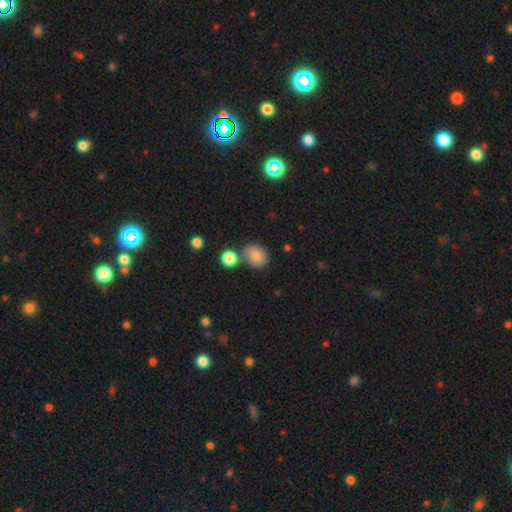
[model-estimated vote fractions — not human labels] smooth_or_featured: smooth (p=0.84) [alt: star or artifact p=0.09]
how_rounded: in between (p=0.53) [alt: round p=0.46]
merging: none (p=0.65) [alt: merger p=0.16]